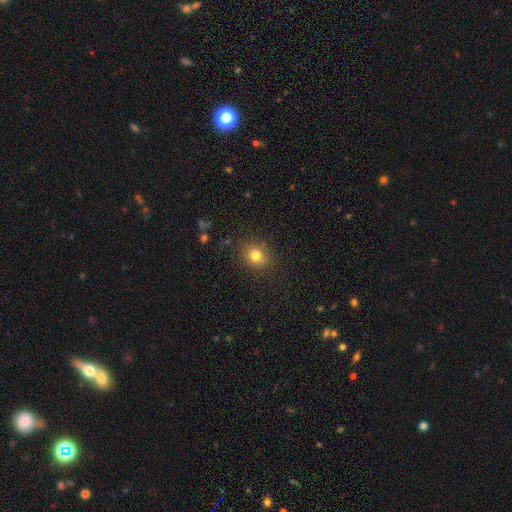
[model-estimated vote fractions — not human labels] Smooth or featured?
  - smooth: 79% *
  - star or artifact: 13%
  - featured or disk: 8%
How rounded?
  - round: 75% *
  - in between: 23%
  - cigar-shaped: 1%
Merging?
  - none: 85% *
  - minor disturbance: 10%
  - major disturbance: 3%
  - merger: 1%